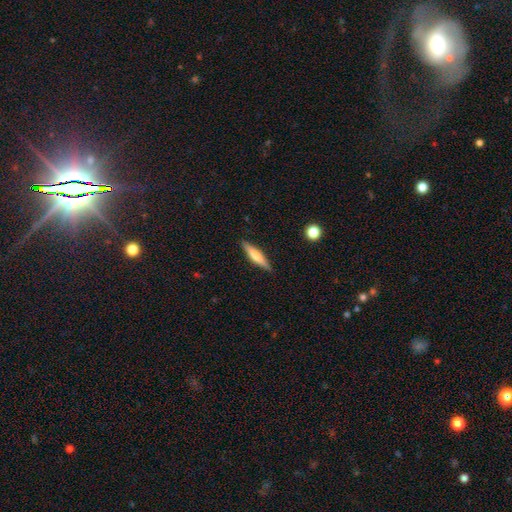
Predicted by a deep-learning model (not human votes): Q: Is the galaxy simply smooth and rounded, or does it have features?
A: smooth — 52%.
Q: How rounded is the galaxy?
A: cigar-shaped — 83%.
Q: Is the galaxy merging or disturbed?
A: none — 89%.